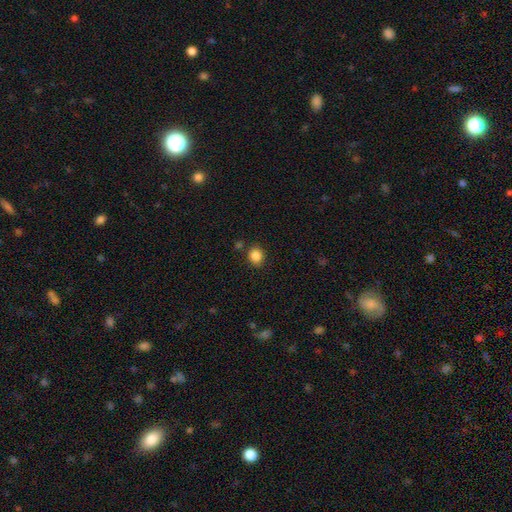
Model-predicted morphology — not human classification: Smooth or featured: smooth — 86% (star or artifact — 10%)
How rounded: round — 72% (in between — 27%)
Merging: none — 83% (minor disturbance — 9%)